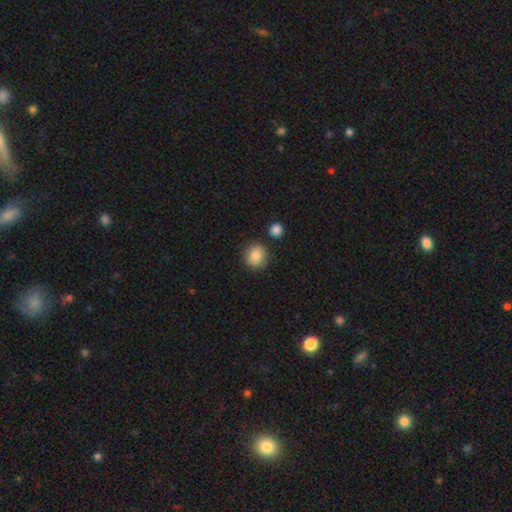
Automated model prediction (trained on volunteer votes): smooth-or-featured: smooth: 86% | star or artifact: 9% | featured or disk: 6%
  how-rounded: round: 86% | in between: 13% | cigar-shaped: 1%
  merging: none: 85% | minor disturbance: 9% | merger: 5% | major disturbance: 2%